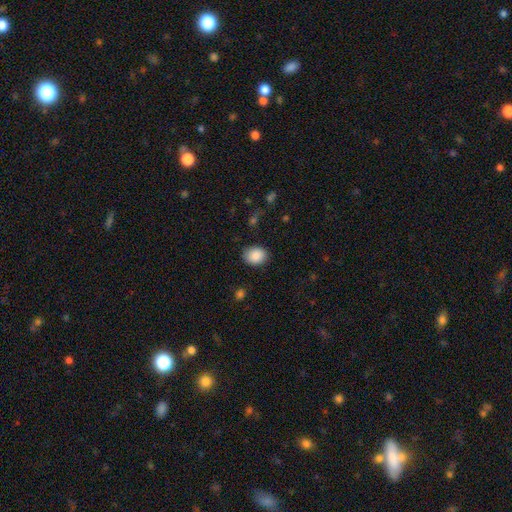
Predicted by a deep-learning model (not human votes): smooth_or_featured: smooth (p=0.89) [alt: star or artifact p=0.08]
how_rounded: in between (p=0.57) [alt: round p=0.42]
merging: none (p=0.86) [alt: minor disturbance p=0.10]